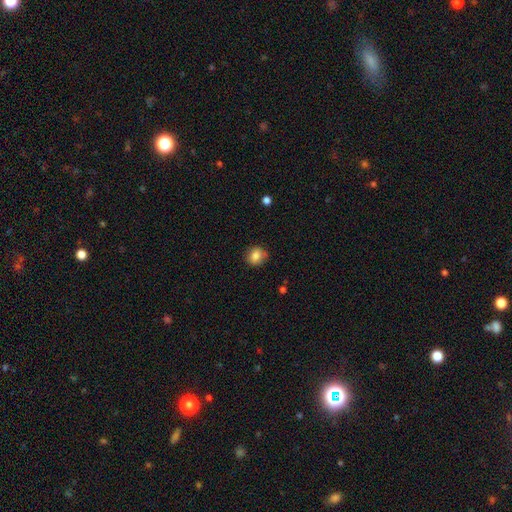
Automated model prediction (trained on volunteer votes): Q: Smooth or featured?
A: smooth (82%); runner-up: star or artifact (10%)
Q: How rounded?
A: round (73%); runner-up: in between (26%)
Q: Merging?
A: none (78%); runner-up: minor disturbance (17%)